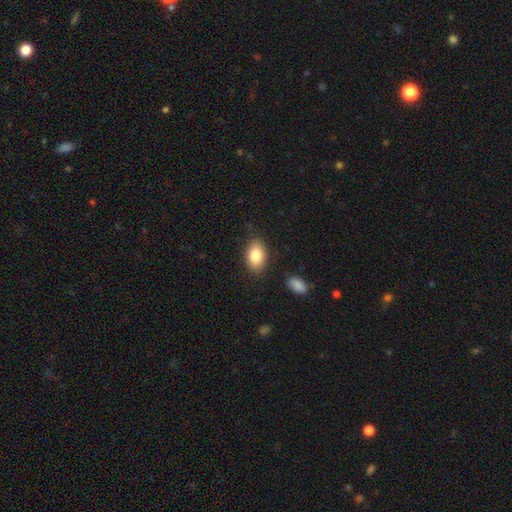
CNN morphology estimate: This is clearly a smooth galaxy (84%). How rounded: clearly in between (90%). Merging: clearly none (84%).